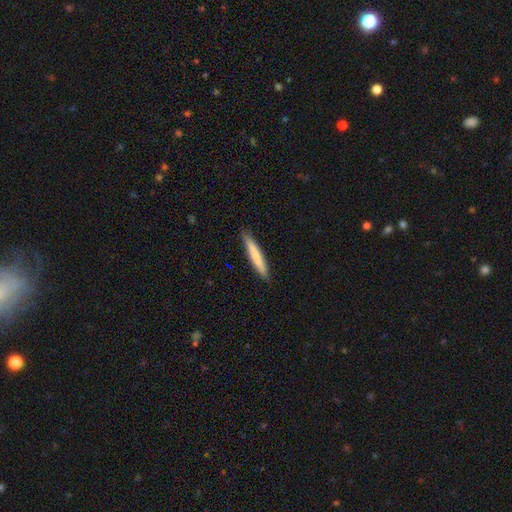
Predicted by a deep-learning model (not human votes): Smooth or featured? Predicted: smooth (p=0.76). How rounded? Predicted: cigar-shaped (p=0.95). Merging? Predicted: none (p=0.91).